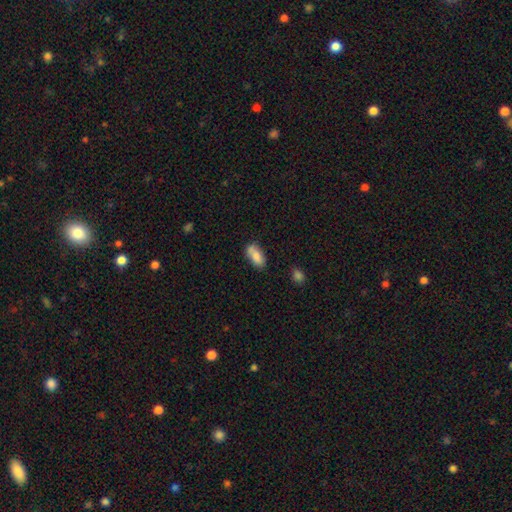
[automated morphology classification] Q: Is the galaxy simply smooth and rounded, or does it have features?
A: smooth — 79%.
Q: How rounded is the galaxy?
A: in between — 88%.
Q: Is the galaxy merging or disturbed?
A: none — 53%.